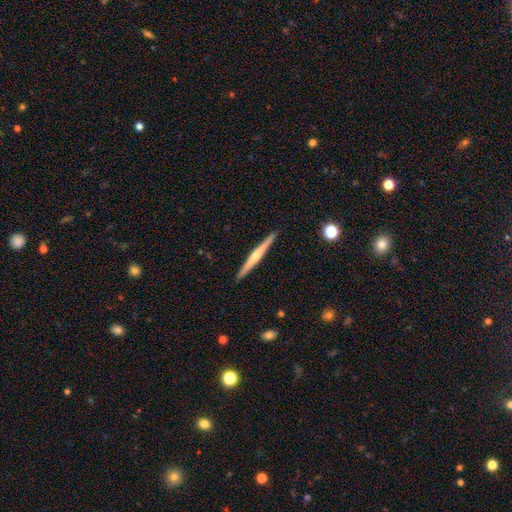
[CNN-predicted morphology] Smooth or featured: featured or disk — 75% (smooth — 20%)
Edge-on disk: yes — 98% (no — 2%)
Edge-on bulge: rounded — 83% (none — 12%)
Merging: none — 92% (minor disturbance — 6%)